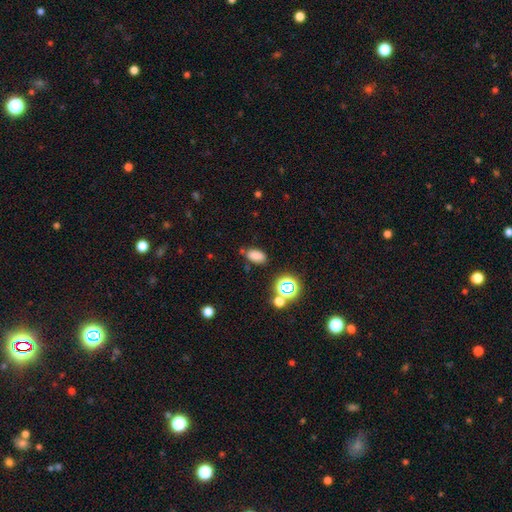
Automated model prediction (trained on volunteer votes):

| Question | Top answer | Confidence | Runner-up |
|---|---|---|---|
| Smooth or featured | smooth | 78% | star or artifact (17%) |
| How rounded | in between | 88% | round (9%) |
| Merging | none | 77% | minor disturbance (14%) |